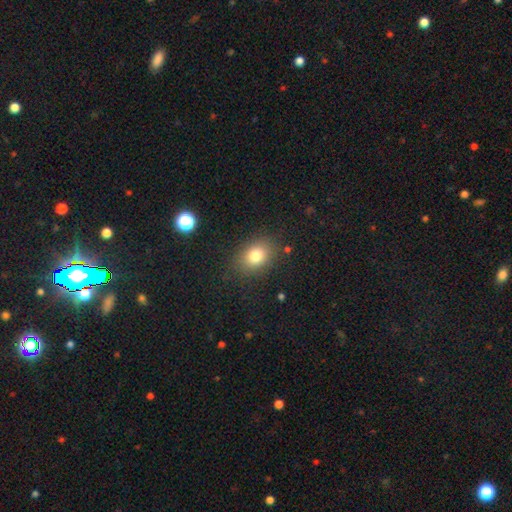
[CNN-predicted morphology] Smooth or featured? Predicted: smooth (p=0.80). How rounded? Predicted: in between (p=0.63). Merging? Predicted: none (p=0.83).